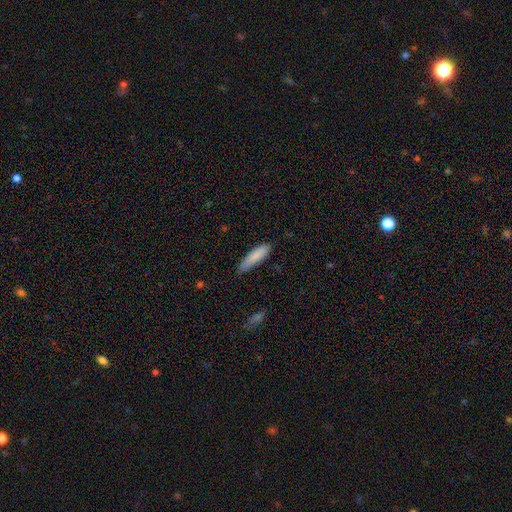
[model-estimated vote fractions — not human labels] smooth_or_featured: smooth (p=0.85) [alt: featured or disk p=0.09]
how_rounded: cigar-shaped (p=0.66) [alt: in between p=0.33]
merging: none (p=0.76) [alt: minor disturbance p=0.20]